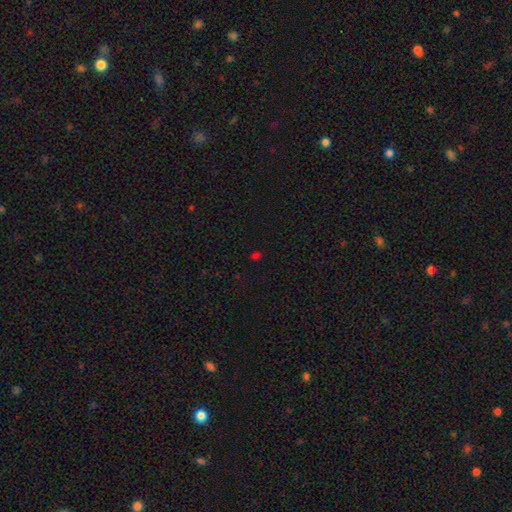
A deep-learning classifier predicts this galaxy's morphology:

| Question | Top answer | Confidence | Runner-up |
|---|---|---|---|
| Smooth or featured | smooth | 53% | star or artifact (42%) |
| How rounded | in between | 56% | round (42%) |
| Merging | none | 80% | minor disturbance (11%) |